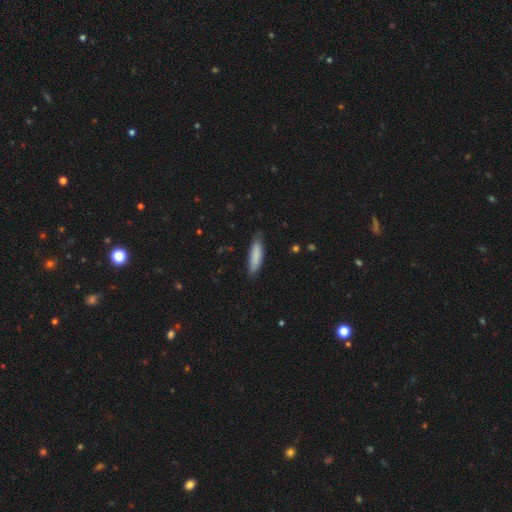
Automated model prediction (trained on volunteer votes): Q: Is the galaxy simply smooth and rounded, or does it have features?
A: smooth — 83%.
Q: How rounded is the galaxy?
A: cigar-shaped — 69%.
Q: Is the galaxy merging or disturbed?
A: none — 76%.